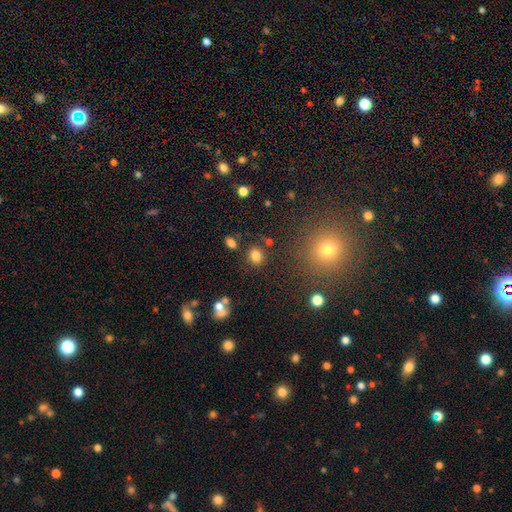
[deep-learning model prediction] smooth_or_featured: smooth (p=0.81) [alt: star or artifact p=0.13]
how_rounded: round (p=0.60) [alt: in between p=0.39]
merging: none (p=0.81) [alt: minor disturbance p=0.10]